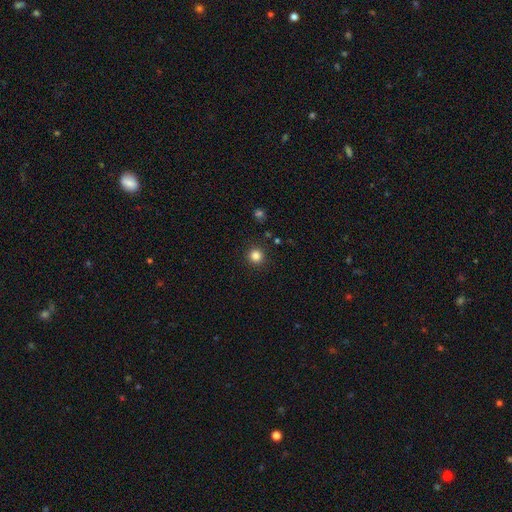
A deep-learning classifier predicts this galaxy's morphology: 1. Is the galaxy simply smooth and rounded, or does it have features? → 84% smooth, 13% star or artifact, 4% featured or disk.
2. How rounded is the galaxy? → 95% round, 5% in between, 1% cigar-shaped.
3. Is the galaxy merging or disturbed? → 91% none, 5% minor disturbance, 2% major disturbance, 1% merger.